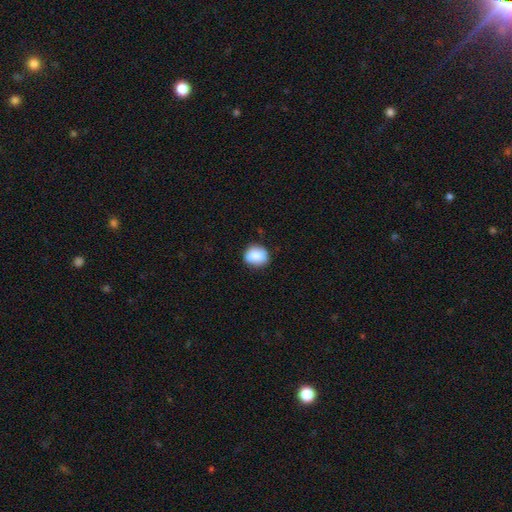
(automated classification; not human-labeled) A smooth galaxy with no disk features (83%) that is round (78%).

Vote fractions:
- Smooth or featured? smooth: 83% / featured or disk: 9% / star or artifact: 8%
- How rounded? round: 78% / in between: 21% / cigar-shaped: 1%
- Merging? none: 83% / minor disturbance: 14% / major disturbance: 2% / merger: 1%